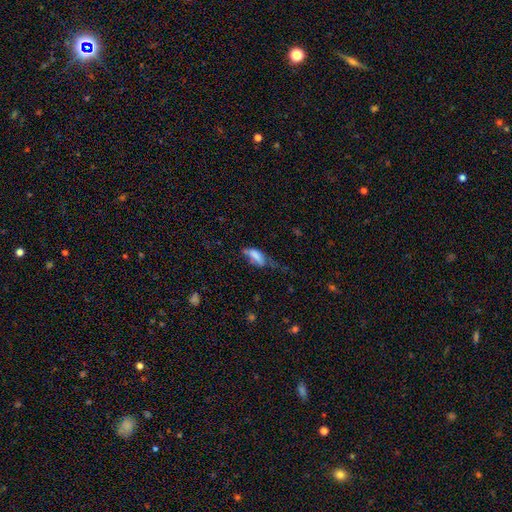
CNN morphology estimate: Smooth or featured? smooth (68%)
How rounded? in between (77%)
Merging? major disturbance (36%)